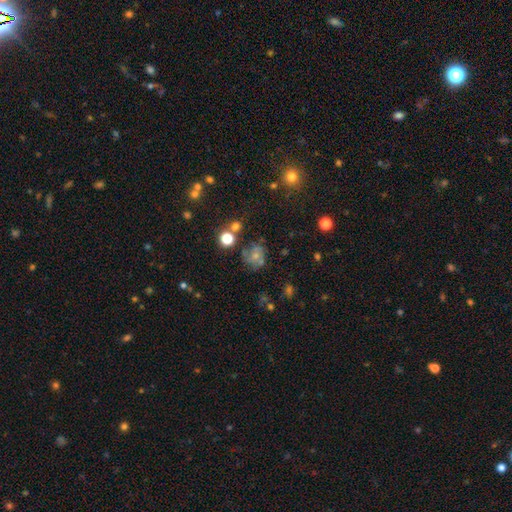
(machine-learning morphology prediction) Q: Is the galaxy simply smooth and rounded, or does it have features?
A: smooth — 53%.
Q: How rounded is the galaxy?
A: round — 71%.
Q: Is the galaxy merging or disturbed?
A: none — 55%.